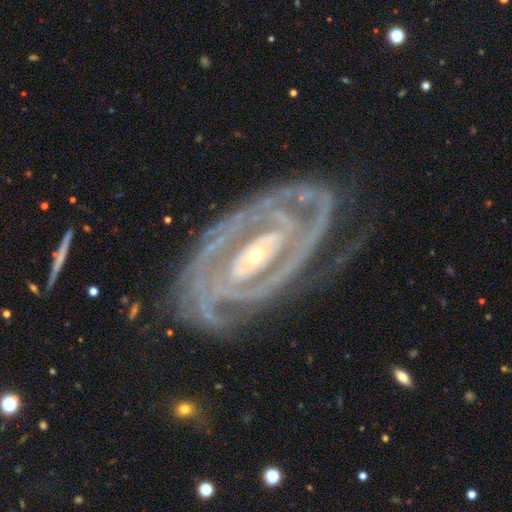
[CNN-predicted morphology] Smooth or featured? Predicted: featured or disk (p=0.91). Edge-on disk? Predicted: no (p=0.95). Bar? Predicted: no (p=0.51). Spiral arms? Predicted: yes (p=0.93). Spiral winding? Predicted: tight (p=0.67). Spiral arm count? Predicted: 2 (p=0.46). Bulge size? Predicted: small (p=0.54). Merging? Predicted: none (p=0.62).